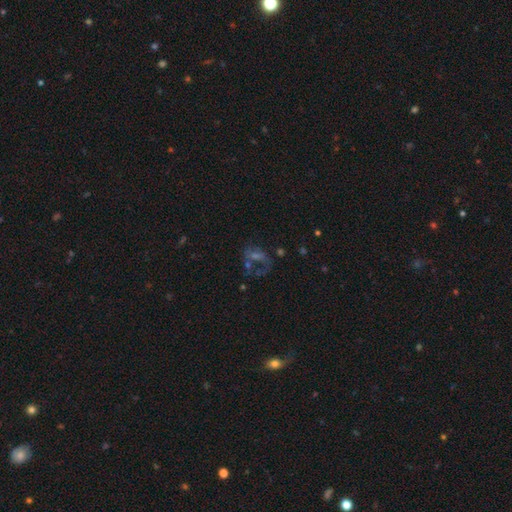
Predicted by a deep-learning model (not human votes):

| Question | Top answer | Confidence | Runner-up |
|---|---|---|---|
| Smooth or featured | featured or disk | 50% | star or artifact (29%) |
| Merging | major disturbance | 37% | none (35%) |